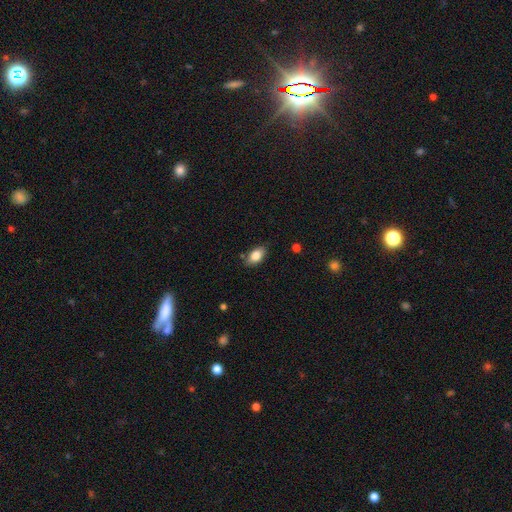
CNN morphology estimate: Smooth or featured?
  - smooth: 83% *
  - featured or disk: 10%
  - star or artifact: 7%
How rounded?
  - in between: 90% *
  - round: 7%
  - cigar-shaped: 3%
Merging?
  - none: 82% *
  - minor disturbance: 14%
  - major disturbance: 3%
  - merger: 2%